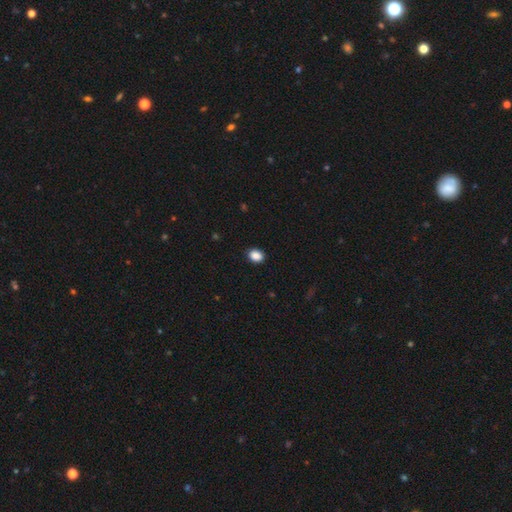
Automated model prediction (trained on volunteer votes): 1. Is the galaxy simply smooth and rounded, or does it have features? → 88% smooth, 9% star or artifact, 3% featured or disk.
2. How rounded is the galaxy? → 62% in between, 37% round, 1% cigar-shaped.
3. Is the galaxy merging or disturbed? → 88% none, 9% minor disturbance, 2% major disturbance, 1% merger.